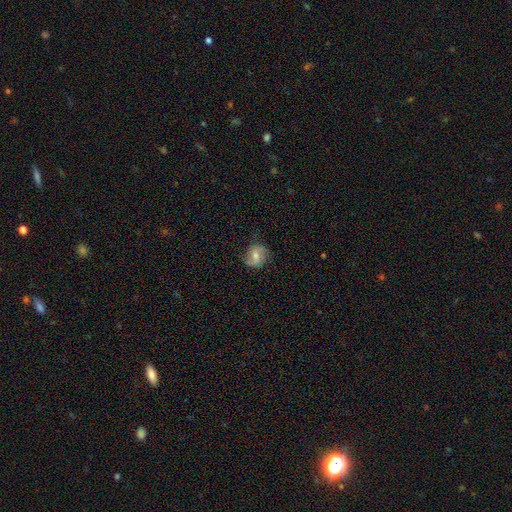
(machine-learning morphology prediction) smooth-or-featured: featured or disk: 67% | smooth: 24% | star or artifact: 9%
  disk-edge-on: no: 97% | yes: 3%
    bar: weak: 46% | no: 32% | strong: 22%
    has-spiral-arms: yes: 90% | no: 10%
      spiral-winding: medium: 44% | loose: 31% | tight: 25%
      spiral-arm-count: 2: 85% | can't tell: 7% | 1: 3% | 3: 2% | 4: 1% | more than 4: 1%
    bulge-size: moderate: 60% | small: 34% | large: 3% | none: 2% | dominant: 1%
  merging: none: 80% | minor disturbance: 14% | major disturbance: 5% | merger: 1%